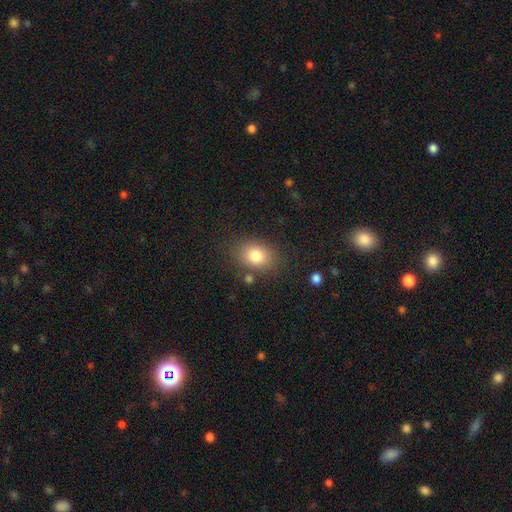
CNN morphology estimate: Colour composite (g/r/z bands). It shows a smooth galaxy with no disk features (81%) that is in between round and cigar-shaped (65%). Merging: none (78%).